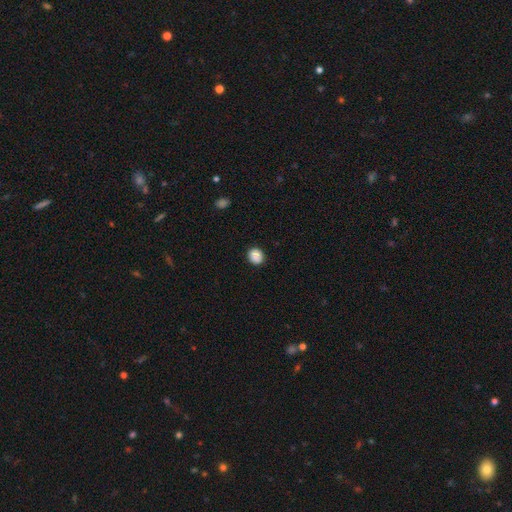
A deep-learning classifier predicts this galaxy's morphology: This appears to be a smooth galaxy with no disk features (88%) that is round (79%). Merging: none (87%).